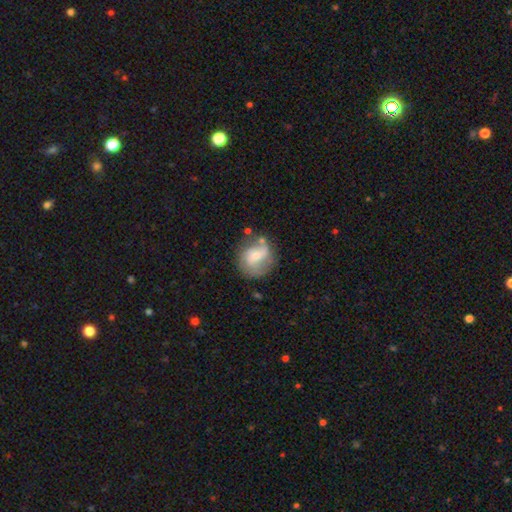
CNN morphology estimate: This appears to be a featured or disk galaxy (52%) with no bar (49%), spiral arms (73%) and a small central bulge (50%). Merging: none (60%).